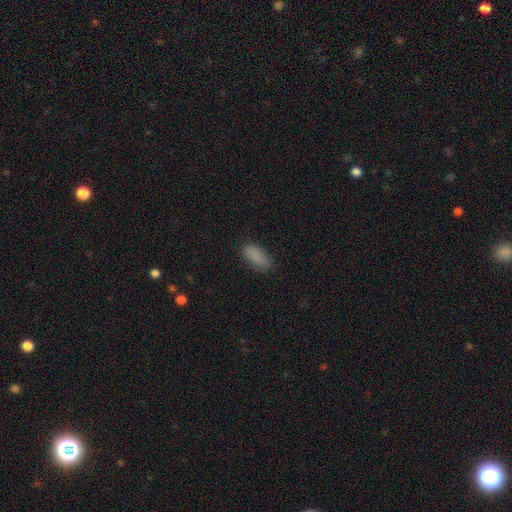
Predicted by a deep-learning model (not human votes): smooth_or_featured: smooth (p=0.86) [alt: star or artifact p=0.09]
how_rounded: in between (p=0.85) [alt: cigar-shaped p=0.13]
merging: none (p=0.80) [alt: minor disturbance p=0.15]